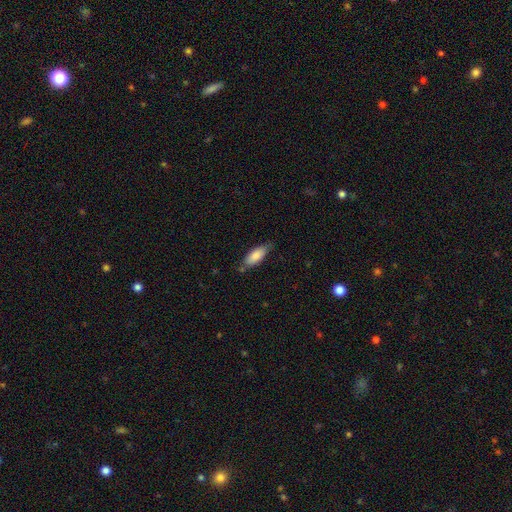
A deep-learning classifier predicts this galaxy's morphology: Smooth or featured?
  - smooth: 81% *
  - featured or disk: 13%
  - star or artifact: 6%
How rounded?
  - in between: 70% *
  - cigar-shaped: 28%
  - round: 2%
Merging?
  - none: 70% *
  - minor disturbance: 23%
  - major disturbance: 4%
  - merger: 3%